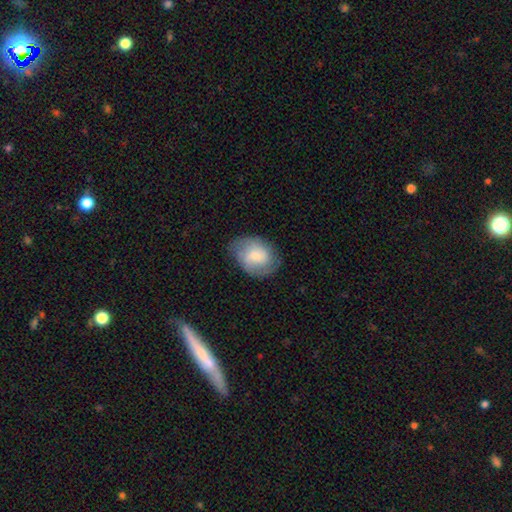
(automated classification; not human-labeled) This is possibly a smooth galaxy (51%). How rounded: likely in between (64%). Merging: likely none (68%).